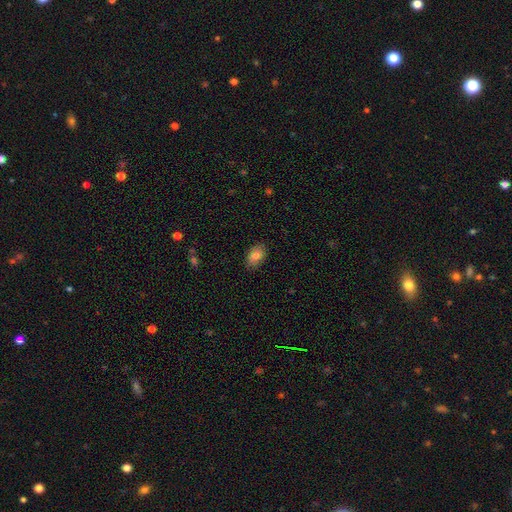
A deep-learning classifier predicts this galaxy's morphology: Q: Smooth or featured?
A: smooth (84%); runner-up: featured or disk (8%)
Q: How rounded?
A: in between (88%); runner-up: round (10%)
Q: Merging?
A: none (84%); runner-up: minor disturbance (12%)